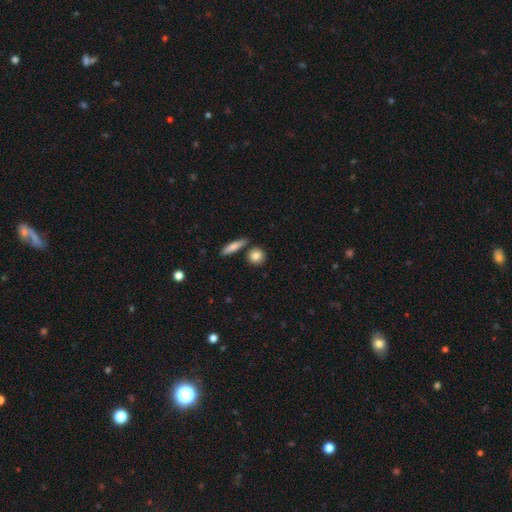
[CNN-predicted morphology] Overall: smooth (83%). How rounded: round (79%). Merging: none (78%).